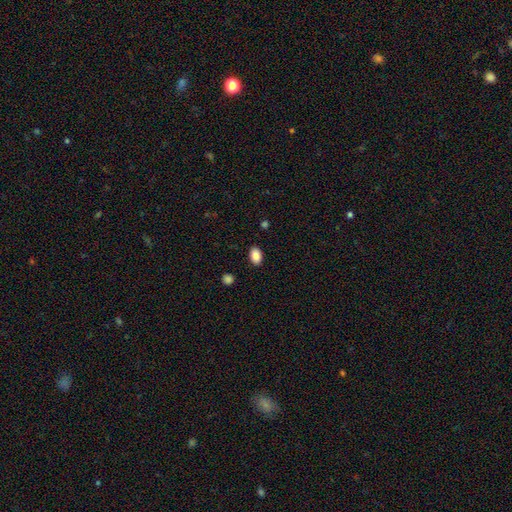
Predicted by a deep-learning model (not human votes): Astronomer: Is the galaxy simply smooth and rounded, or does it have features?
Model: smooth — 88%.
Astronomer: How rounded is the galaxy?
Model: in between — 90%.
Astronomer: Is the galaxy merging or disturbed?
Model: none — 89%.